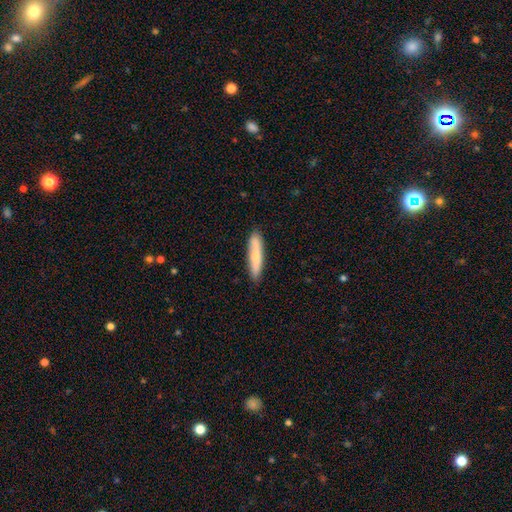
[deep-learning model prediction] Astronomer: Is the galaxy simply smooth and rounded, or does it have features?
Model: smooth — 74%.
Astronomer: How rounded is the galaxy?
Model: cigar-shaped — 86%.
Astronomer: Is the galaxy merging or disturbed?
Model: none — 86%.